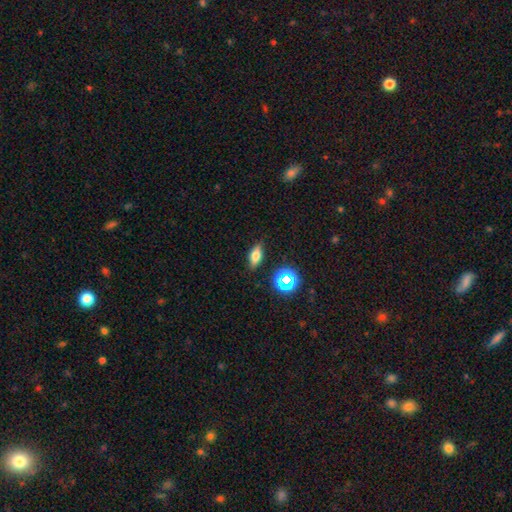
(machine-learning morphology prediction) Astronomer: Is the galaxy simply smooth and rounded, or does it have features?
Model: smooth — 62%.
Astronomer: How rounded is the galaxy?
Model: in between — 71%.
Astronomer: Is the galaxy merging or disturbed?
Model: none — 83%.